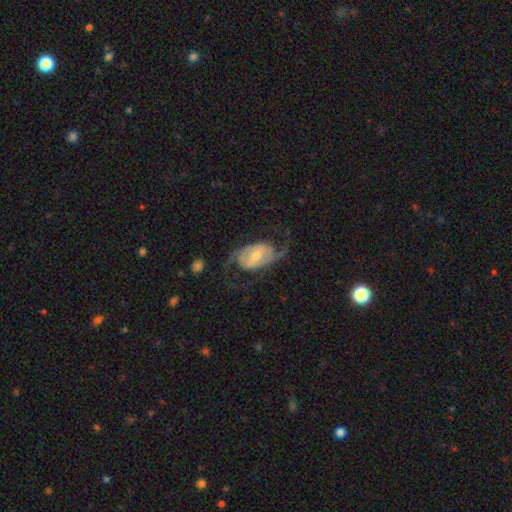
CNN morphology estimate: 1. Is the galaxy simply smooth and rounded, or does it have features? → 79% featured or disk, 15% smooth, 6% star or artifact.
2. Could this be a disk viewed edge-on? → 95% no, 5% yes.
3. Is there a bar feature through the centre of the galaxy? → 43% weak, 31% no, 25% strong.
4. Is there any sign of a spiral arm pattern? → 90% yes, 10% no.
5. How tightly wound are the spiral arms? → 50% loose, 39% medium, 11% tight.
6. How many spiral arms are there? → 89% 2, 5% can't tell, 3% 1, 2% 3, 1% 4, 1% more than 4.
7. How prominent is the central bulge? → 55% moderate, 35% small, 7% large, 2% none, 2% dominant.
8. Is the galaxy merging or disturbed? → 61% none, 22% major disturbance, 15% minor disturbance, 2% merger.